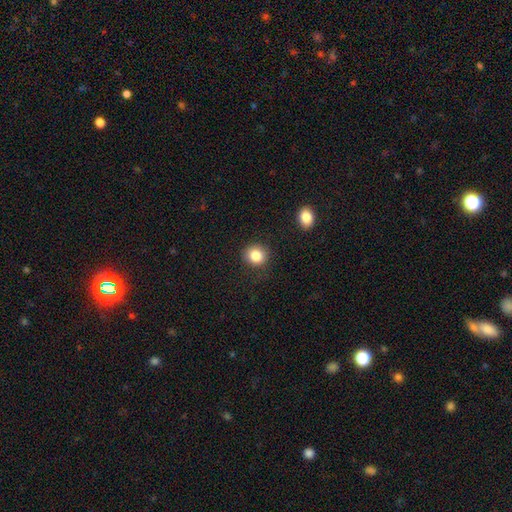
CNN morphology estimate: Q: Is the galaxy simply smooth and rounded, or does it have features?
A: smooth — 85%.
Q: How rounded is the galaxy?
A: round — 84%.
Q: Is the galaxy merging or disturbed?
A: none — 87%.